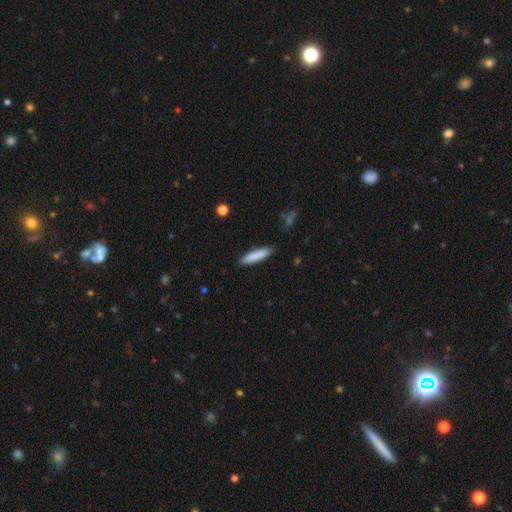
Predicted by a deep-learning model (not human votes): This appears to be a smooth galaxy with no disk features (86%) that is cigar-shaped (82%). Merging: none (89%).